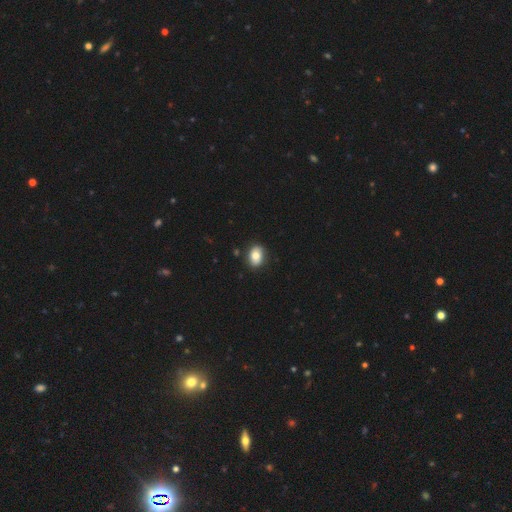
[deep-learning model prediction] This appears to be a smooth galaxy with no disk features (78%) that is in between round and cigar-shaped (71%). Merging: none (86%).